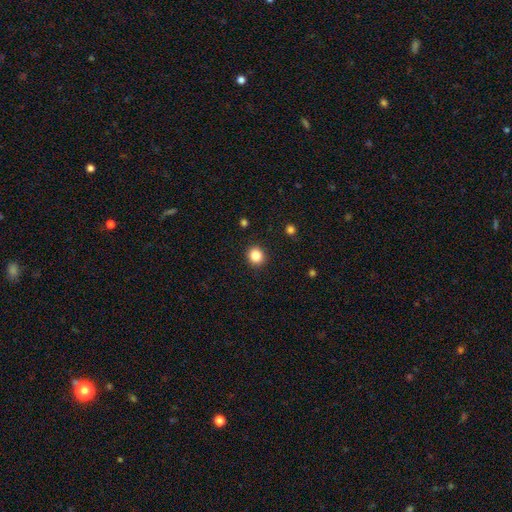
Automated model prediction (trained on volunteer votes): A smooth galaxy with no disk features (85%) that is round (84%). Merging: none (92%).